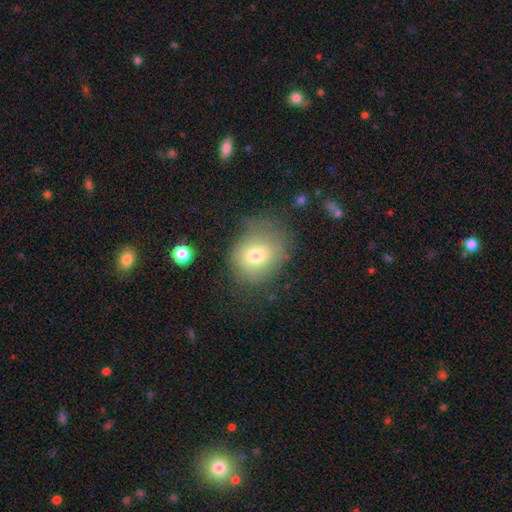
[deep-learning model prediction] smooth_or_featured: smooth (p=0.71) [alt: featured or disk p=0.18]
how_rounded: round (p=0.59) [alt: in between p=0.40]
merging: none (p=0.57) [alt: minor disturbance p=0.26]